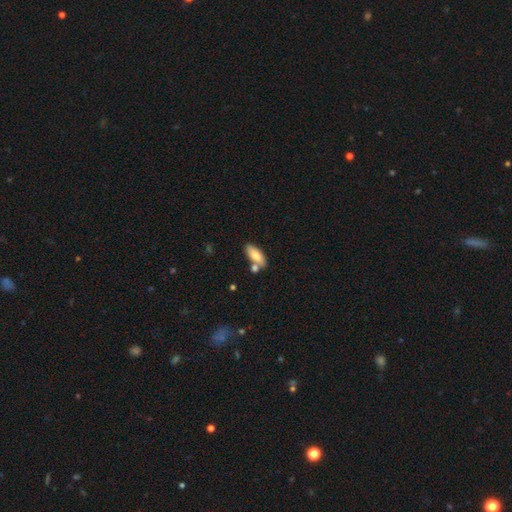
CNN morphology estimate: smooth-or-featured: smooth: 76% | featured or disk: 18% | star or artifact: 6%
  how-rounded: in between: 77% | cigar-shaped: 21% | round: 3%
  merging: none: 66% | merger: 17% | minor disturbance: 14% | major disturbance: 3%